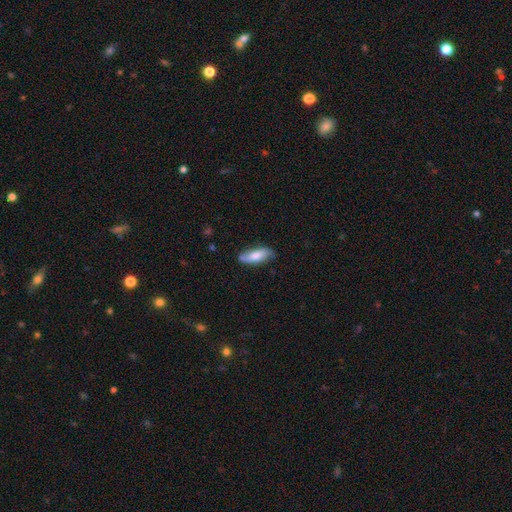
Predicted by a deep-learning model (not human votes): Overall: smooth (58%; featured or disk 36%). How rounded: in between (65%; cigar-shaped 33%). Merging: none (73%).